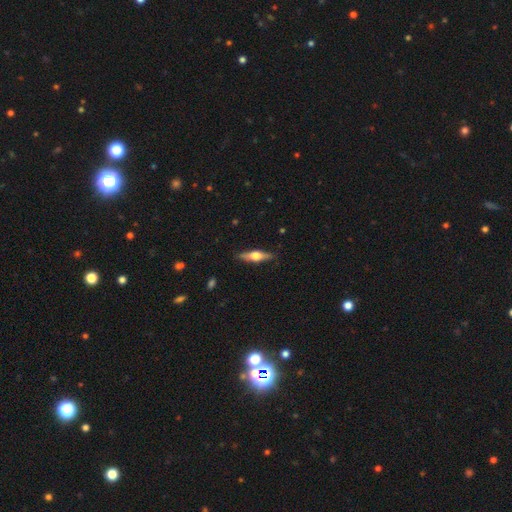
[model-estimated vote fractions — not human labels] Smooth or featured? featured or disk (65%)
Edge-on disk? yes (96%)
Edge-on bulge? rounded (93%)
Merging? none (88%)